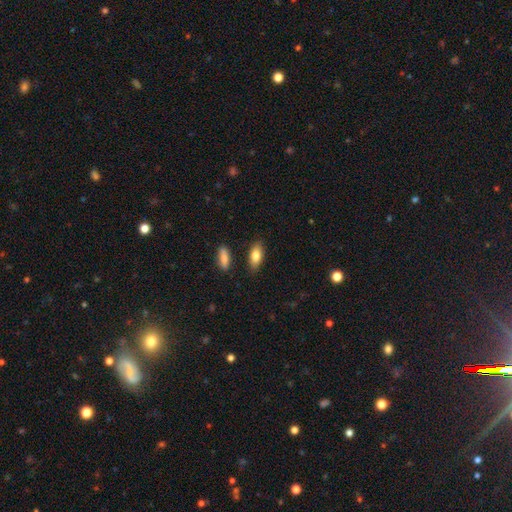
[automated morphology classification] This appears to be a smooth galaxy with no disk features (82%) that is in between round and cigar-shaped (82%). Merging: none (83%).